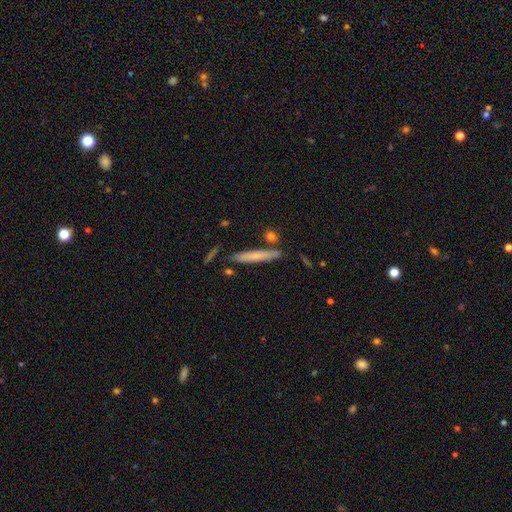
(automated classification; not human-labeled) Smooth or featured?
  - smooth: 62% *
  - featured or disk: 31%
  - star or artifact: 7%
How rounded?
  - cigar-shaped: 94% *
  - in between: 5%
  - round: 2%
Merging?
  - none: 82% *
  - minor disturbance: 11%
  - merger: 5%
  - major disturbance: 2%